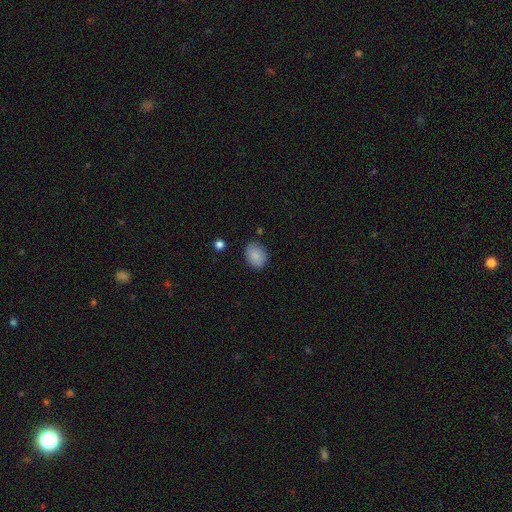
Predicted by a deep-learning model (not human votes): Overall: smooth (88%). How rounded: in between (69%; round 30%). Merging: none (82%).